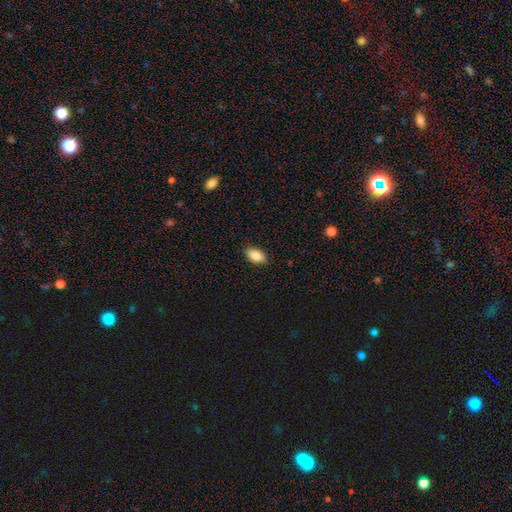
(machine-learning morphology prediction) smooth_or_featured: smooth (p=0.88) [alt: star or artifact p=0.07]
how_rounded: in between (p=0.92) [alt: round p=0.05]
merging: none (p=0.88) [alt: minor disturbance p=0.09]